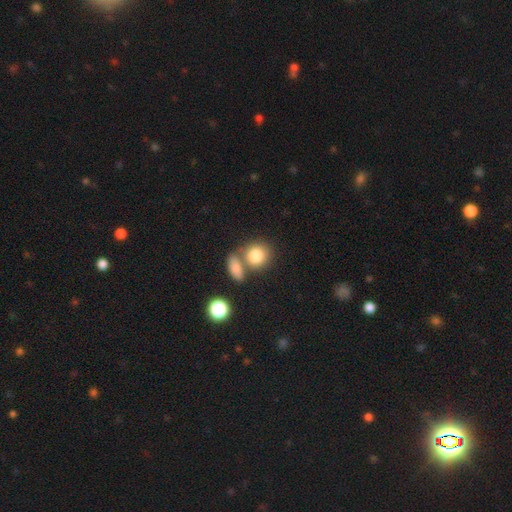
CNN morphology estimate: smooth 81%, featured or disk 10%, star or artifact 9%. Down the decision tree: how rounded — round (75%); merging — none (51%).